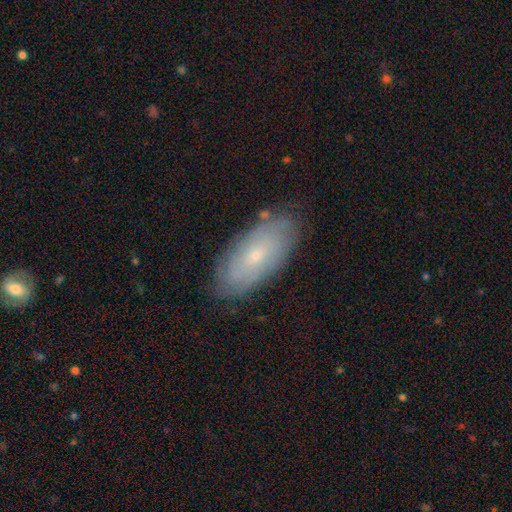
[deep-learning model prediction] smooth_or_featured: featured or disk (p=0.52) [alt: smooth p=0.39]
disk_edge_on: no (p=0.87) [alt: yes p=0.13]
merging: none (p=0.82) [alt: minor disturbance p=0.14]